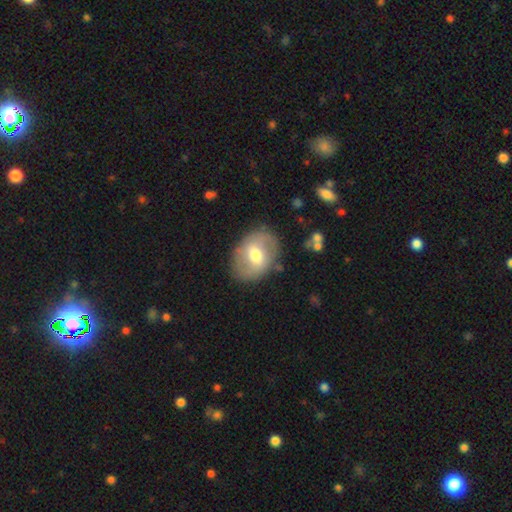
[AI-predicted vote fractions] smooth-or-featured: featured or disk: 48% | smooth: 45% | star or artifact: 7%
  merging: none: 81% | minor disturbance: 13% | major disturbance: 5% | merger: 2%